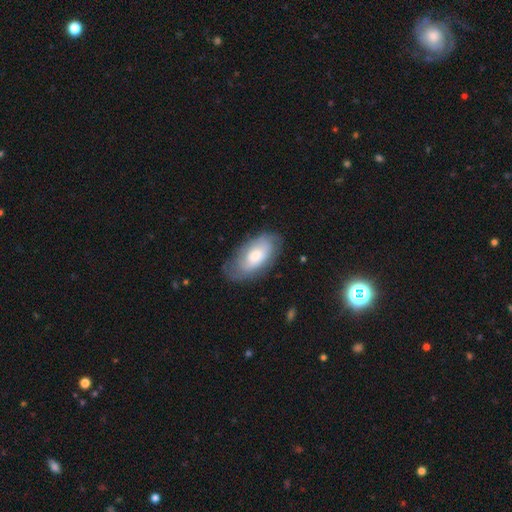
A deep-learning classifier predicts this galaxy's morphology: This is possibly a smooth galaxy (52%). How rounded: clearly in between (93%). Merging: likely none (72%).